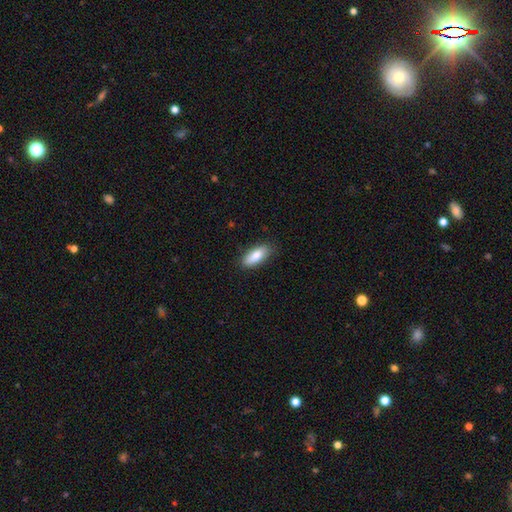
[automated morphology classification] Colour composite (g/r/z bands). It shows a smooth galaxy with no disk features (83%) that is in between round and cigar-shaped (76%). Merging: none (84%).